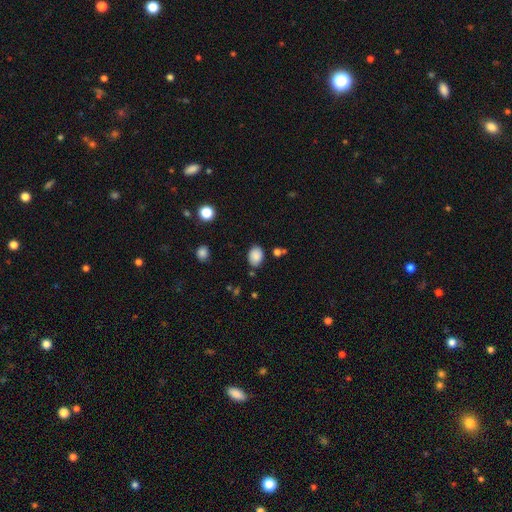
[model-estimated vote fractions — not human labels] The model was most divided on "how rounded": in between: 70%, round: 29%, cigar-shaped: 1%. More confident: smooth or featured — smooth (86%); merging — none (80%).